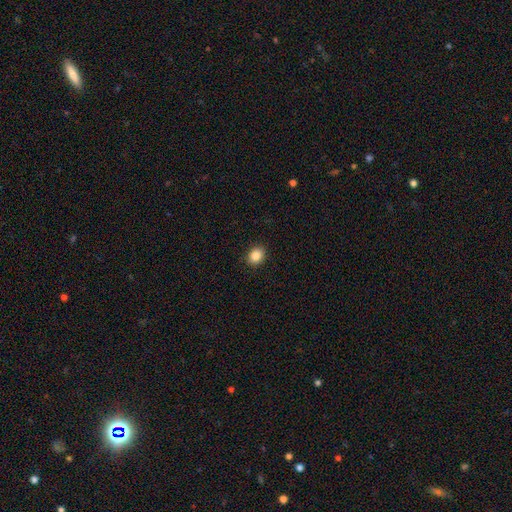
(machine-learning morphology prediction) Smooth or featured: smooth — 86% (star or artifact — 9%)
How rounded: round — 52% (in between — 47%)
Merging: none — 91% (minor disturbance — 7%)